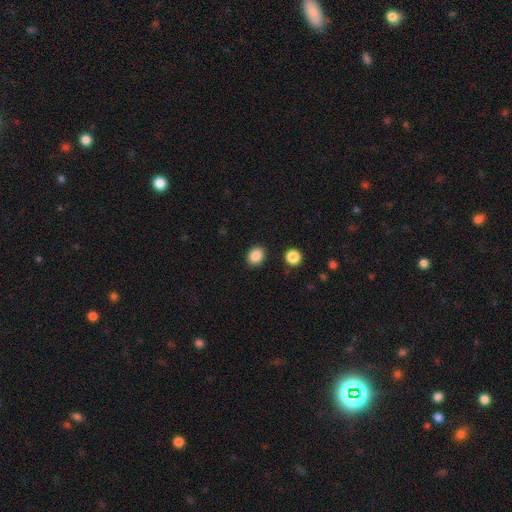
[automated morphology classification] Overall: smooth (87%). How rounded: round (60%; in between 39%). Merging: none (88%).